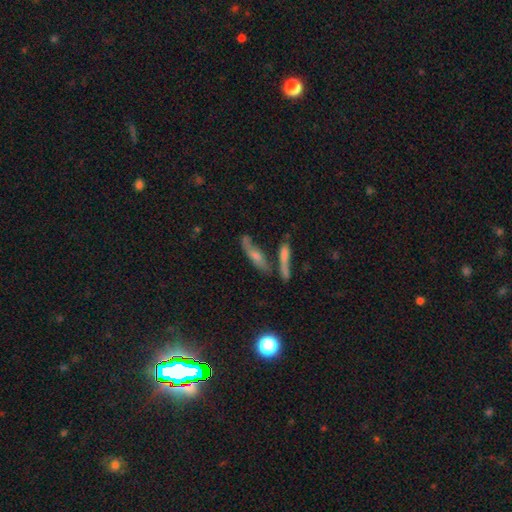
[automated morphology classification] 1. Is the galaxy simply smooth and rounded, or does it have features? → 54% featured or disk, 33% smooth, 13% star or artifact.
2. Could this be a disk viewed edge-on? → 72% yes, 28% no.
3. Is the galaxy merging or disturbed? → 65% none, 16% merger, 13% minor disturbance, 6% major disturbance.